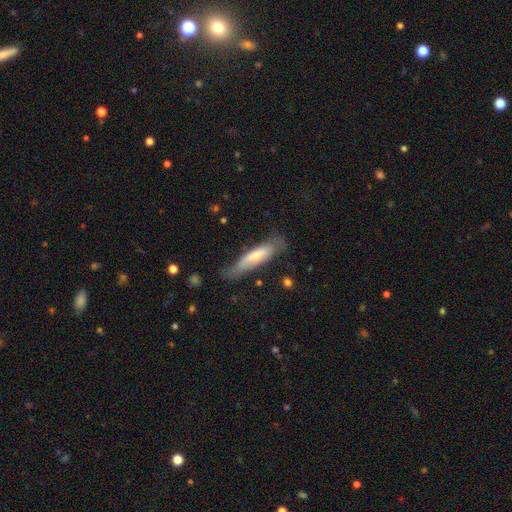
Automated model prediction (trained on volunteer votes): Morphology: type=smooth (51%); roundness=cigar-shaped (77%); merging=none (65%).